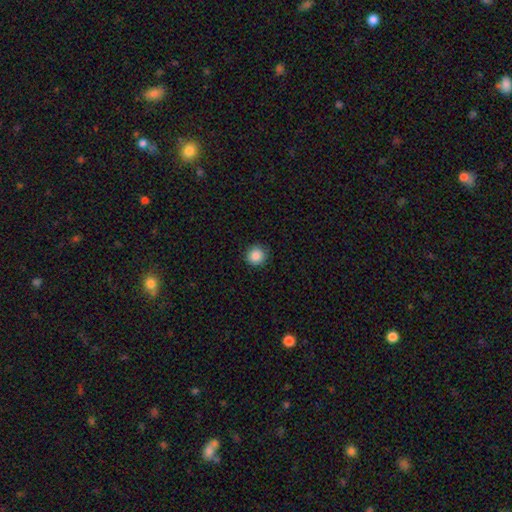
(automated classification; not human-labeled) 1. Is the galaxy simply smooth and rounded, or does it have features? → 87% smooth, 10% star or artifact, 3% featured or disk.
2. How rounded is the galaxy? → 94% round, 5% in between, 1% cigar-shaped.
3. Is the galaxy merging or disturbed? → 91% none, 6% minor disturbance, 2% major disturbance, 1% merger.